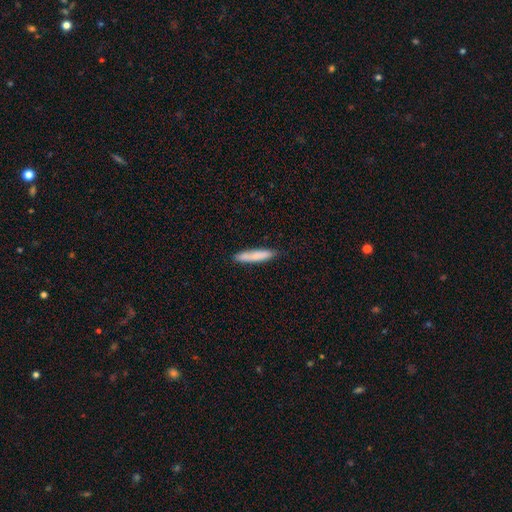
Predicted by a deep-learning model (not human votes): Smooth or featured? smooth (80%)
How rounded? cigar-shaped (86%)
Merging? none (83%)